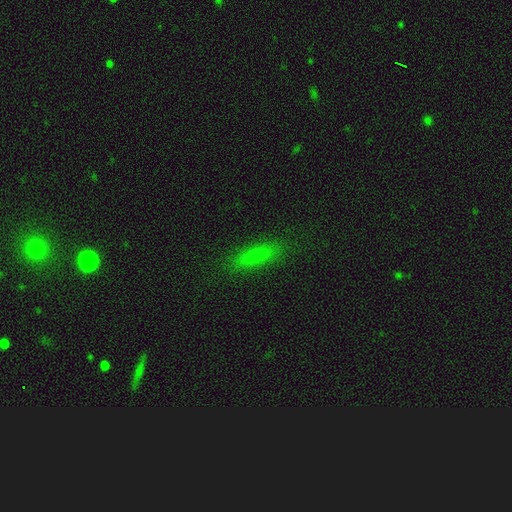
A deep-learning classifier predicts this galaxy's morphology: A smooth galaxy with no disk features (73%) that is cigar-shaped (71%). Merging: none (84%).